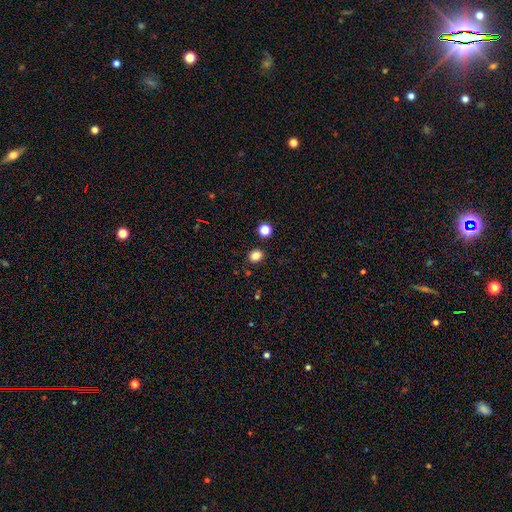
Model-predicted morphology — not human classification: Smooth or featured?
  - smooth: 83% *
  - star or artifact: 12%
  - featured or disk: 4%
How rounded?
  - round: 57% *
  - in between: 42%
  - cigar-shaped: 1%
Merging?
  - none: 87% *
  - minor disturbance: 8%
  - merger: 3%
  - major disturbance: 2%